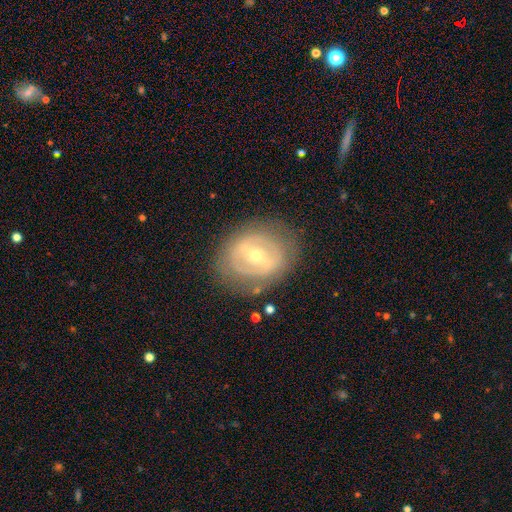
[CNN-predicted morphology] smooth_or_featured: featured or disk (p=0.75) [alt: smooth p=0.19]
disk_edge_on: no (p=0.94) [alt: yes p=0.06]
bar: strong (p=0.49) [alt: weak p=0.35]
has_spiral_arms: no (p=0.62) [alt: yes p=0.38]
bulge_size: moderate (p=0.51) [alt: small p=0.46]
merging: none (p=0.77) [alt: minor disturbance p=0.14]